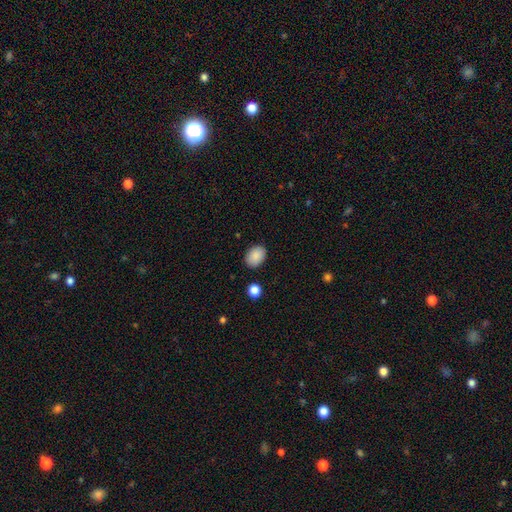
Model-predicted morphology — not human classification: A smooth galaxy with no disk features (89%) that is in between round and cigar-shaped (77%).

Vote fractions:
- Smooth or featured? smooth: 89% / star or artifact: 7% / featured or disk: 4%
- How rounded? in between: 77% / round: 22% / cigar-shaped: 1%
- Merging? none: 88% / minor disturbance: 9% / major disturbance: 2% / merger: 1%